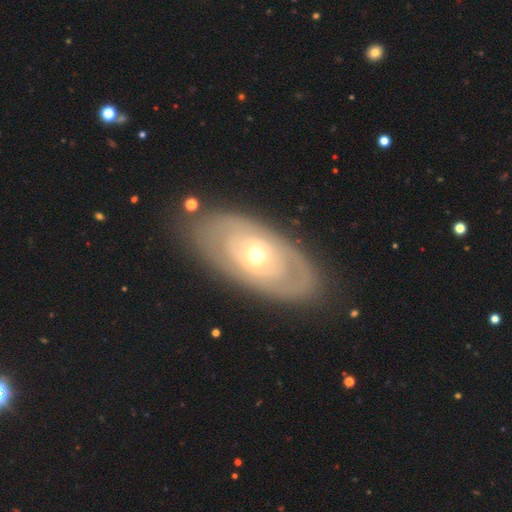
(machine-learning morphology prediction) Smooth or featured? featured or disk (66%)
Edge-on disk? no (89%)
Bar? no (88%)
Spiral arms? no (71%)
Bulge size? small (48%)
Merging? none (81%)